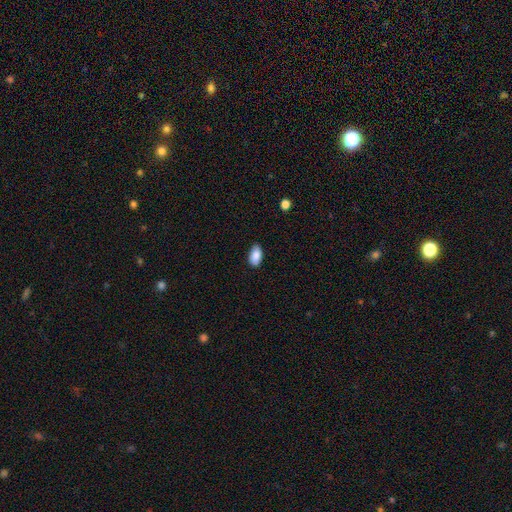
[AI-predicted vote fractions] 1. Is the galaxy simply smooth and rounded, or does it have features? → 88% smooth, 7% star or artifact, 5% featured or disk.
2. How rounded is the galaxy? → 94% in between, 4% round, 3% cigar-shaped.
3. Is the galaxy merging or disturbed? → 84% none, 13% minor disturbance, 2% major disturbance, 1% merger.